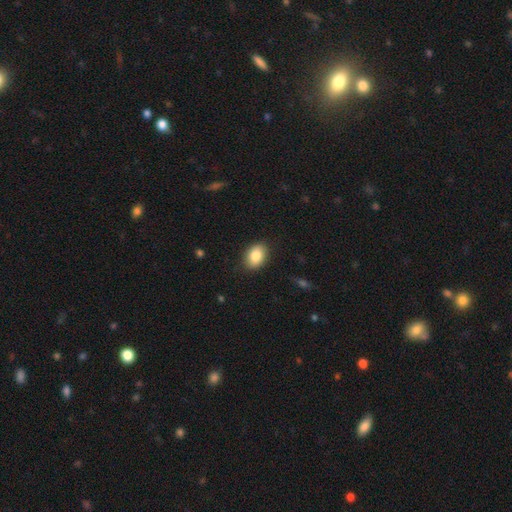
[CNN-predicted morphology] Q: Smooth or featured?
A: smooth (85%); runner-up: star or artifact (7%)
Q: How rounded?
A: in between (82%); runner-up: round (17%)
Q: Merging?
A: none (86%); runner-up: minor disturbance (10%)